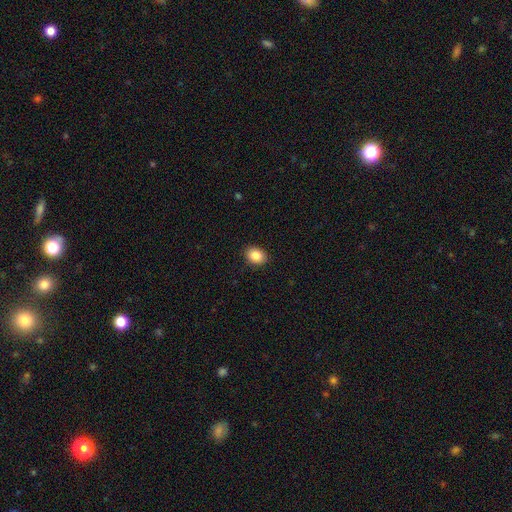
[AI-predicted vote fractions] Smooth or featured: smooth — 86% (star or artifact — 8%)
How rounded: in between — 63% (round — 36%)
Merging: none — 90% (minor disturbance — 7%)